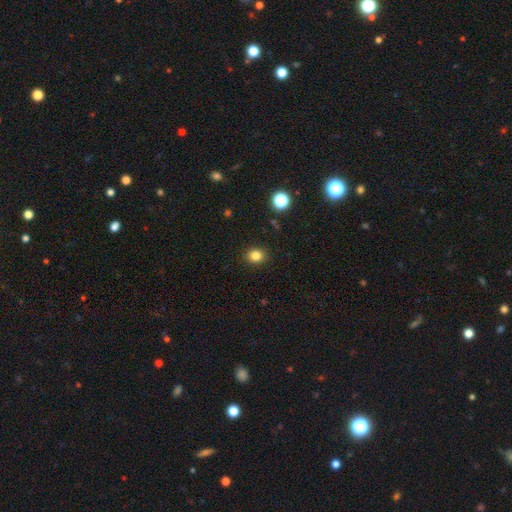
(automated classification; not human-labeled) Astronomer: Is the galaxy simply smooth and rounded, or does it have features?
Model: smooth — 83%.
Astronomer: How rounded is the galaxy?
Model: round — 67%.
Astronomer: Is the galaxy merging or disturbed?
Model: none — 90%.